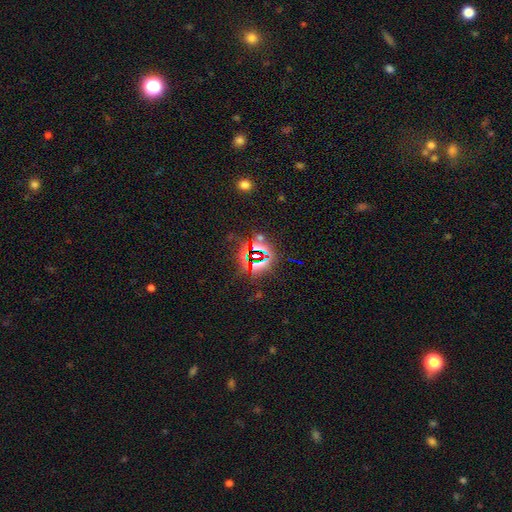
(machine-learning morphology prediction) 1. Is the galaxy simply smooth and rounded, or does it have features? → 79% star or artifact, 12% smooth, 9% featured or disk.